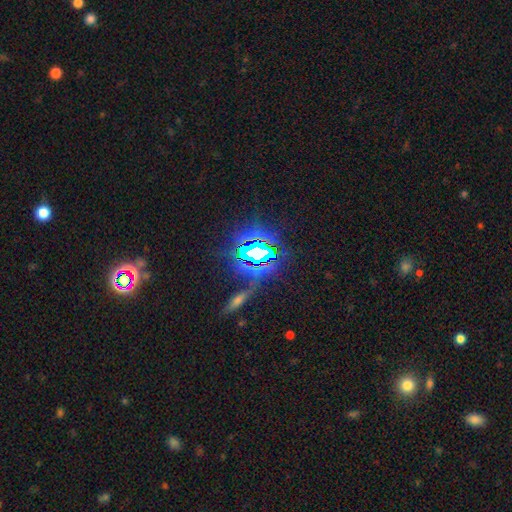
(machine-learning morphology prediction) Overall: star or artifact (75%).